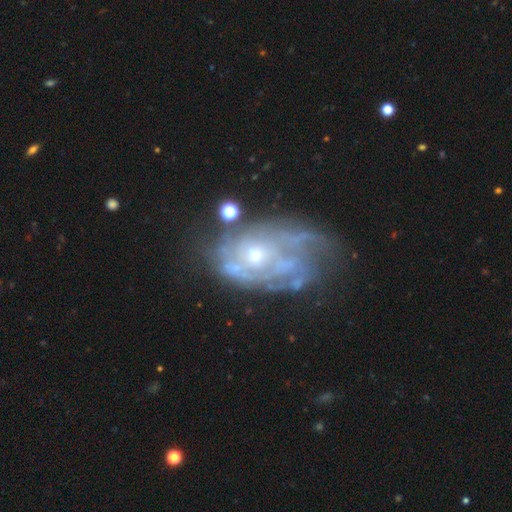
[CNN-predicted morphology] The model was most divided on "merging": none: 42%, major disturbance: 27%, minor disturbance: 24%, merger: 6%. More confident: edge-on disk — no (96%); bar — no (80%); smooth or featured — featured or disk (80%); spiral arms — yes (73%); bulge size — small (66%); spiral arm count — can't tell (54%); spiral winding — tight (54%).